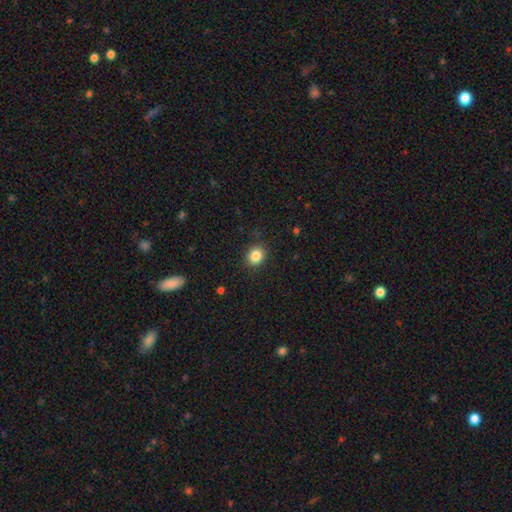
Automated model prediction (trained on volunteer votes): Smooth or featured? Predicted: smooth (p=0.85). How rounded? Predicted: round (p=0.71). Merging? Predicted: none (p=0.88).